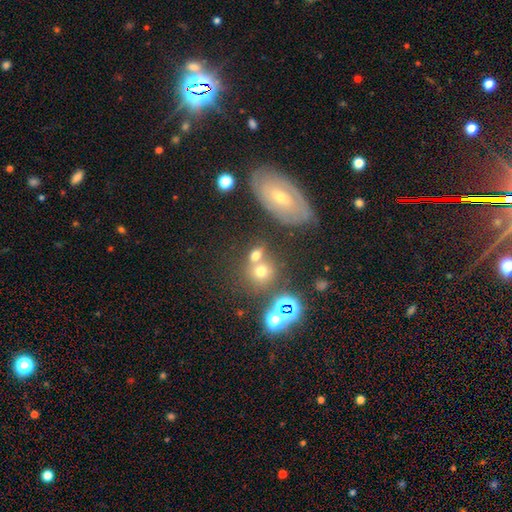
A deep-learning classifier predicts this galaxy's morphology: This appears to be a smooth galaxy with no disk features (63%) that is round (58%). Merging: merger (42%, tied with none).